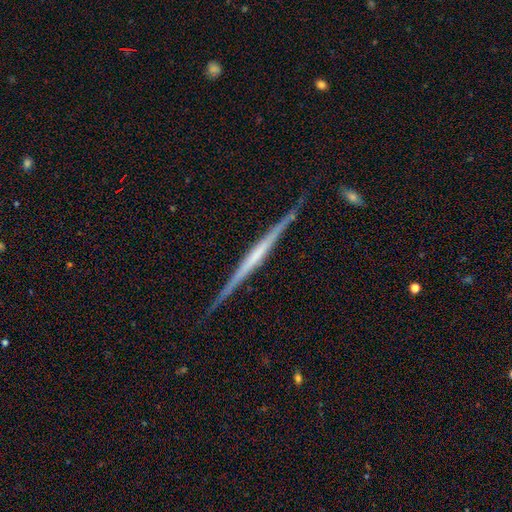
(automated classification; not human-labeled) This appears to be a featured or disk galaxy (77%) viewed edge-on (98%) with no central bulge (68%). Merging: none (88%).